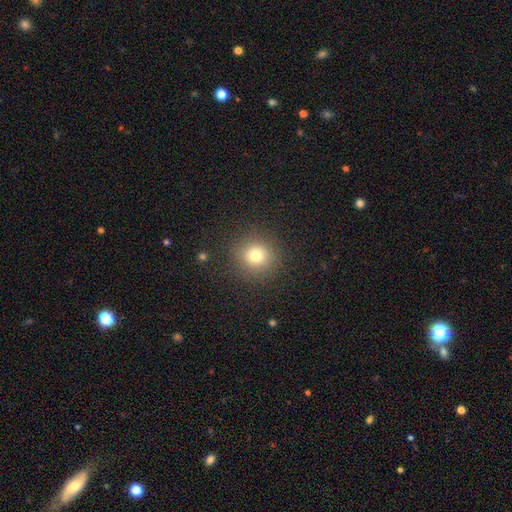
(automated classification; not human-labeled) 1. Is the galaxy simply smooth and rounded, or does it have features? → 76% smooth, 15% star or artifact, 9% featured or disk.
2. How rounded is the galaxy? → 92% round, 7% in between, 1% cigar-shaped.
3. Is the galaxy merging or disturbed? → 89% none, 7% minor disturbance, 3% major disturbance, 1% merger.